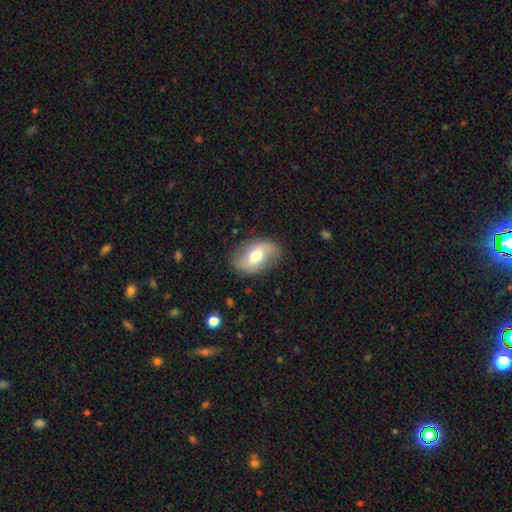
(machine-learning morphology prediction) smooth-or-featured: featured or disk: 49% | smooth: 44% | star or artifact: 7%
  merging: none: 81% | minor disturbance: 14% | major disturbance: 4% | merger: 1%